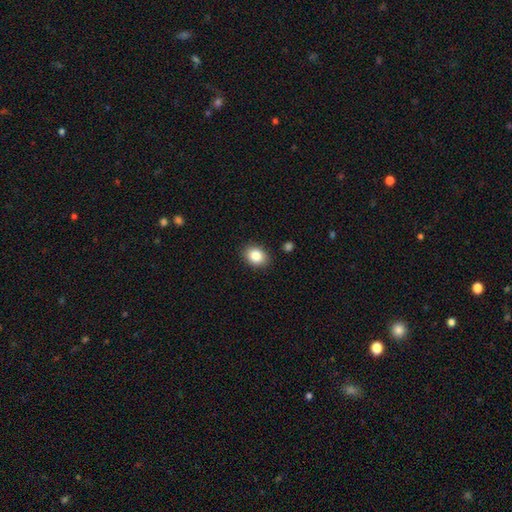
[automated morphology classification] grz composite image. It shows a smooth galaxy with no disk features (86%) that is in between round and cigar-shaped (58%). Merging: none (88%).